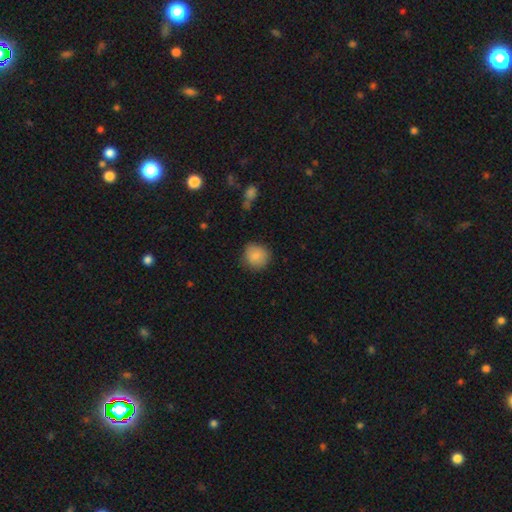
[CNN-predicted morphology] type=smooth (86%); roundness=round (87%); merging=none (81%).